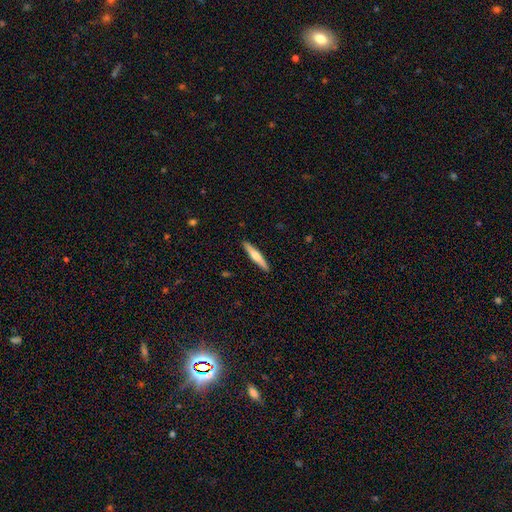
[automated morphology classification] type=smooth (54%); roundness=cigar-shaped (91%); merging=none (91%).